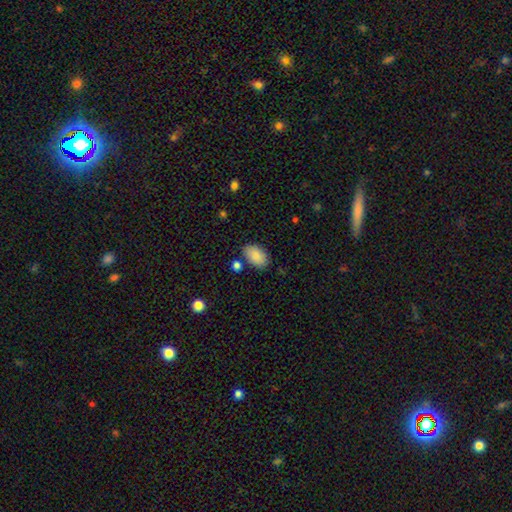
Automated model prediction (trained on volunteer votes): Smooth or featured?
  - smooth: 89% *
  - star or artifact: 7%
  - featured or disk: 4%
How rounded?
  - in between: 93% *
  - round: 6%
  - cigar-shaped: 1%
Merging?
  - none: 79% *
  - minor disturbance: 13%
  - merger: 5%
  - major disturbance: 3%